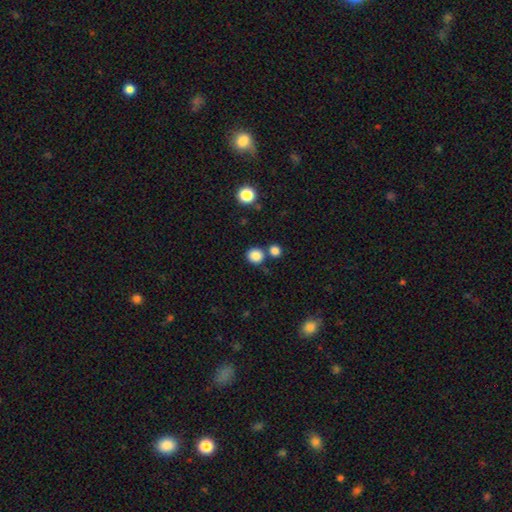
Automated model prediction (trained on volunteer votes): Smooth or featured: smooth — 85% (star or artifact — 11%)
How rounded: round — 88% (in between — 11%)
Merging: none — 73% (merger — 16%)